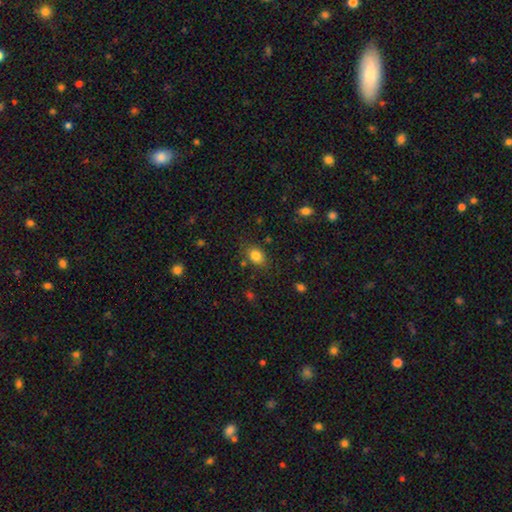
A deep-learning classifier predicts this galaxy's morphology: Q: Smooth or featured?
A: smooth (82%); runner-up: star or artifact (11%)
Q: How rounded?
A: in between (57%); runner-up: round (42%)
Q: Merging?
A: none (78%); runner-up: minor disturbance (14%)